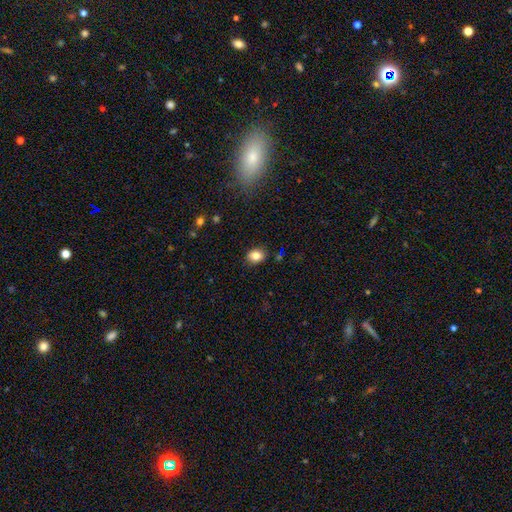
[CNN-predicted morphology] smooth 83%, star or artifact 10%, featured or disk 7%. Down the decision tree: how rounded — in between (59%); merging — none (85%).